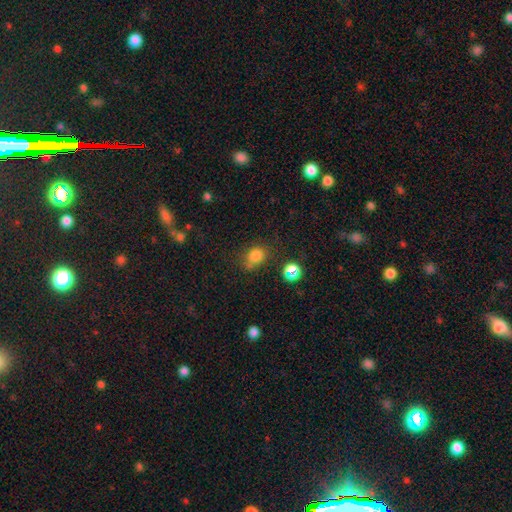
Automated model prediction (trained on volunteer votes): smooth 76%, star or artifact 17%, featured or disk 7%. Down the decision tree: how rounded — round (55%); merging — none (62%).